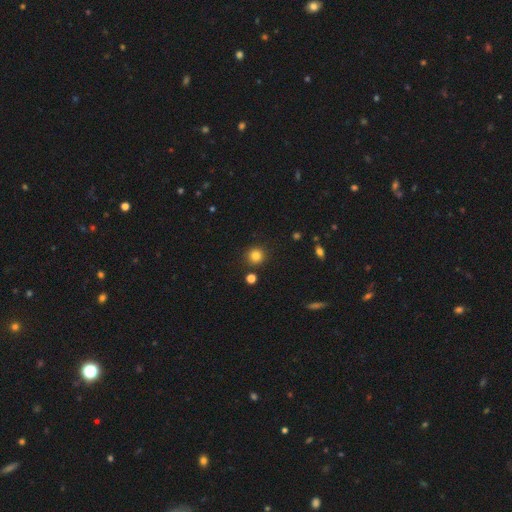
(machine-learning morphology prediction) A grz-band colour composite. It shows a smooth galaxy with no disk features (83%) that is round (93%). Merging: none (88%).